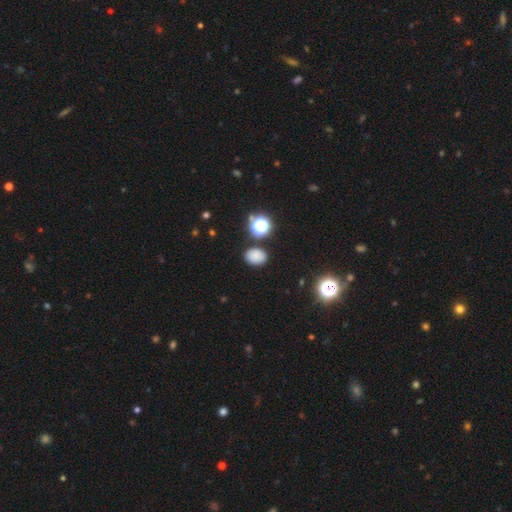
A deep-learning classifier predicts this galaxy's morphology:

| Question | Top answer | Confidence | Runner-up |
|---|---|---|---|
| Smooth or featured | smooth | 78% | star or artifact (16%) |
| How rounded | in between | 64% | round (35%) |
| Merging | none | 83% | minor disturbance (10%) |